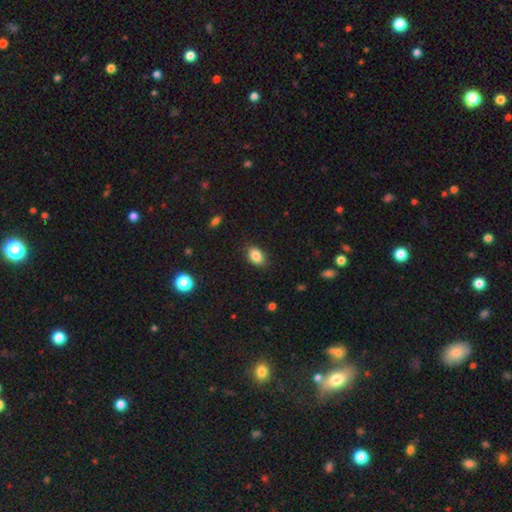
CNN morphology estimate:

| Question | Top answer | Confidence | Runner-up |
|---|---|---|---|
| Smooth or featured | smooth | 86% | star or artifact (9%) |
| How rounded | in between | 84% | round (14%) |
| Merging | none | 86% | minor disturbance (11%) |